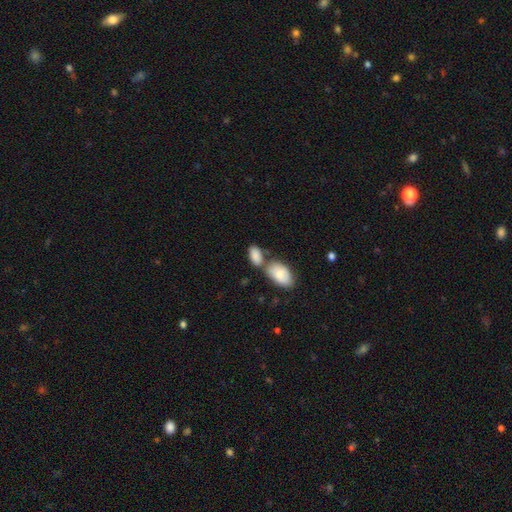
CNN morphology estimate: This is clearly a smooth galaxy (83%). How rounded: clearly in between (93%). Merging: marginally none (42%).